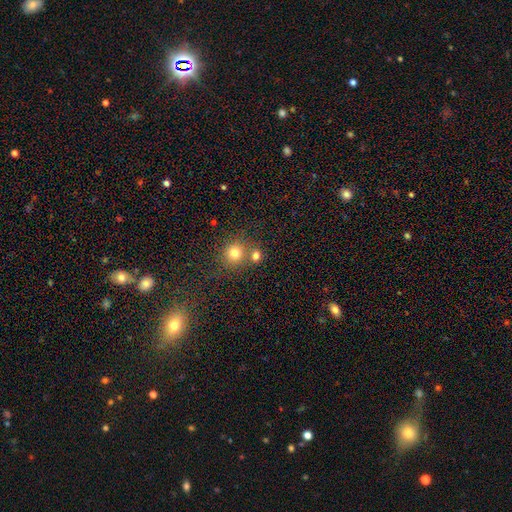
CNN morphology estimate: This appears to be a smooth galaxy with no disk features (76%) that is round (82%). Merging: none (58%).